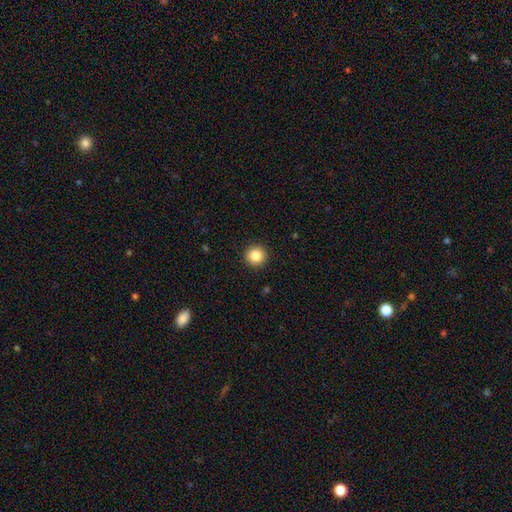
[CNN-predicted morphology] Overall: smooth (86%). How rounded: round (96%). Merging: none (93%).